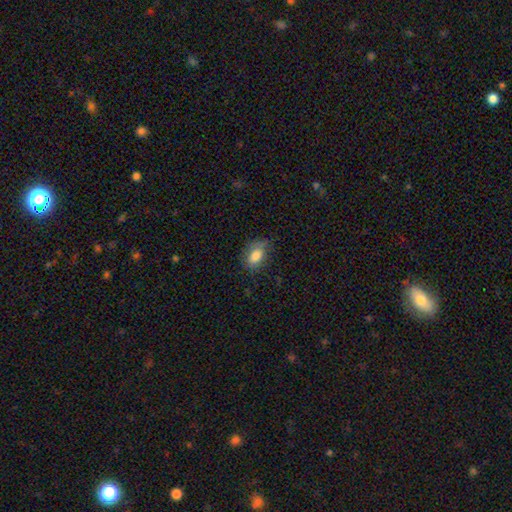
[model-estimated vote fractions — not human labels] smooth 81%, featured or disk 11%, star or artifact 8%. Down the decision tree: how rounded — in between (85%); merging — none (61%).